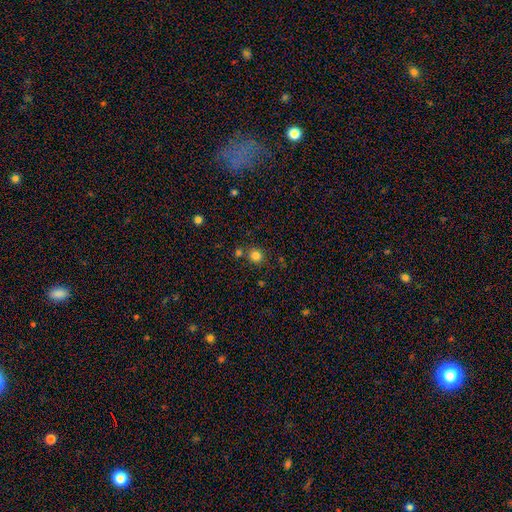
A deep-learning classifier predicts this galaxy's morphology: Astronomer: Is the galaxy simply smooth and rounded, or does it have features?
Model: smooth — 81%.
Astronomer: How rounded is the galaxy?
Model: round — 89%.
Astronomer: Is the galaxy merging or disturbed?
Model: none — 75%.